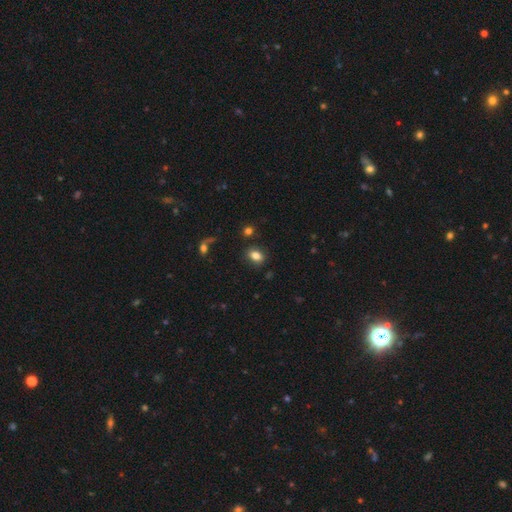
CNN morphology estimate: smooth-or-featured: smooth: 83% | star or artifact: 10% | featured or disk: 8%
  how-rounded: in between: 74% | round: 25% | cigar-shaped: 2%
  merging: none: 83% | minor disturbance: 10% | major disturbance: 3% | merger: 3%